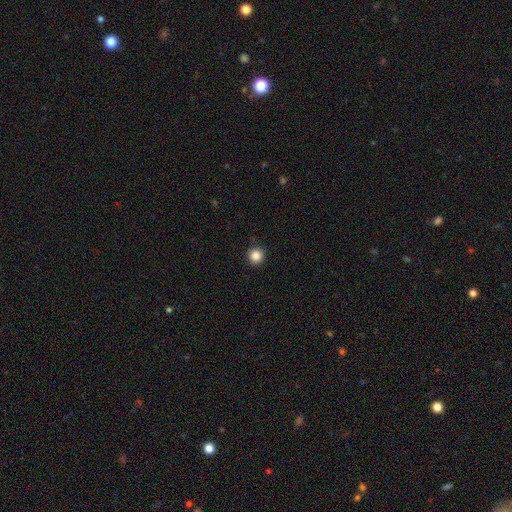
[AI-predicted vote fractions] Smooth or featured? smooth (86%)
How rounded? round (95%)
Merging? none (90%)